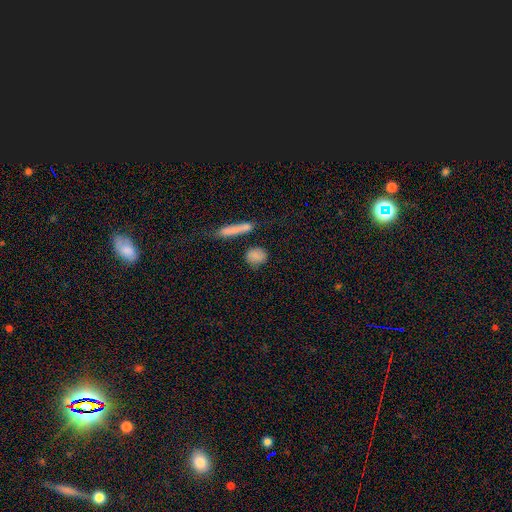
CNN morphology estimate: A smooth galaxy with no disk features (84%) that is round (66%).

Vote fractions:
- Smooth or featured? smooth: 84% / star or artifact: 9% / featured or disk: 8%
- How rounded? round: 66% / in between: 24% / cigar-shaped: 10%
- Merging? none: 75% / minor disturbance: 13% / merger: 8% / major disturbance: 4%